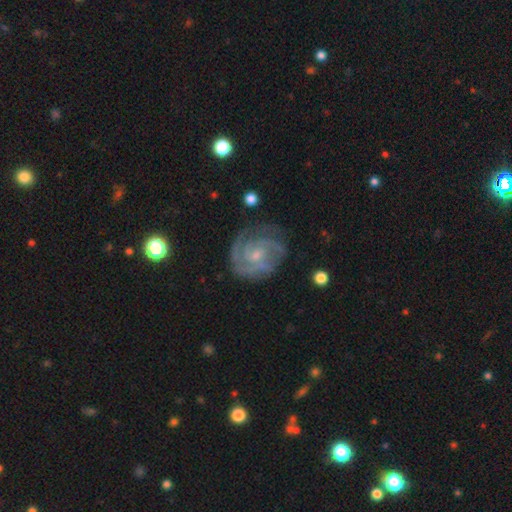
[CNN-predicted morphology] type=featured or disk (89%); edge-on=no (98%); bar=no (57%); spiral arms=yes (97%); winding=tight (66%); arm count=2 (41%); bulge=small (65%); merging=none (73%).